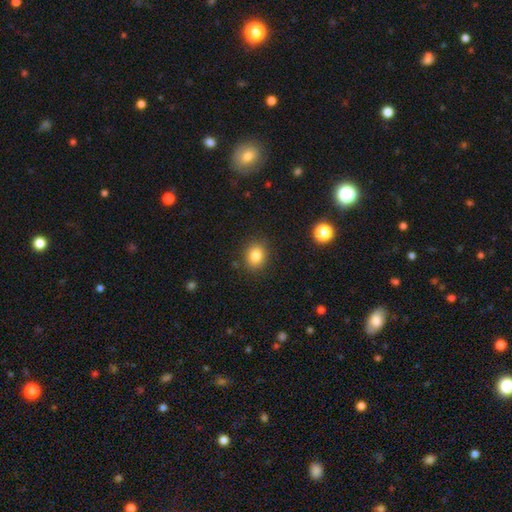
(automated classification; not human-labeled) A smooth galaxy with no disk features (83%) that is round (61%). Merging: none (86%).